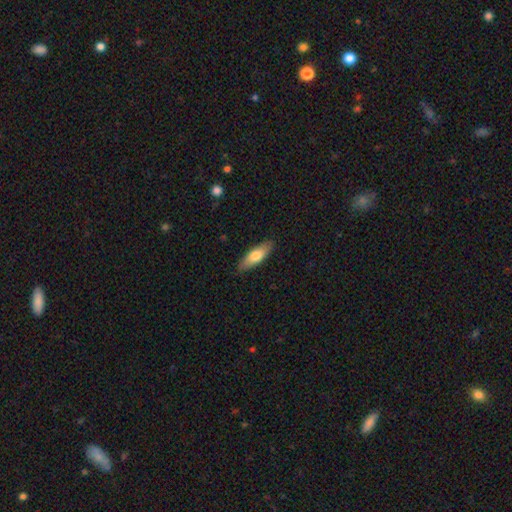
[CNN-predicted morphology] The model was most divided on "how rounded": in between: 56%, cigar-shaped: 42%, round: 2%. More confident: merging — none (86%); smooth or featured — smooth (71%).